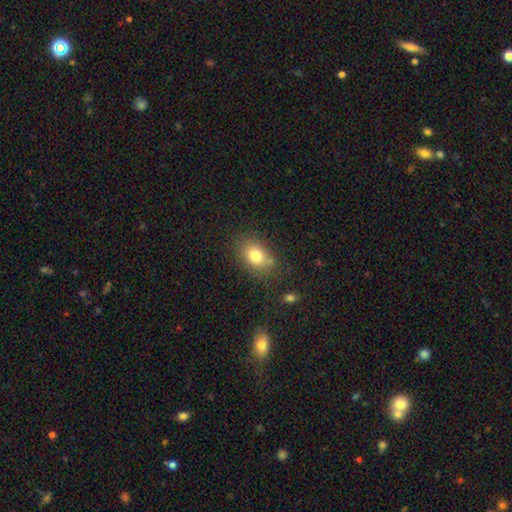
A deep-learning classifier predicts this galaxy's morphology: type=smooth (79%); roundness=in between (69%); merging=none (74%).